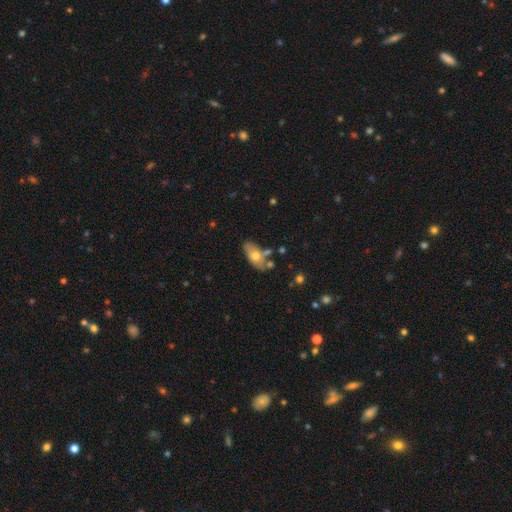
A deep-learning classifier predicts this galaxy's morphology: A smooth galaxy with no disk features (63%) that is in between round and cigar-shaped (87%).

Vote fractions:
- Smooth or featured? smooth: 63% / featured or disk: 30% / star or artifact: 7%
- How rounded? in between: 87% / cigar-shaped: 9% / round: 4%
- Merging? none: 58% / minor disturbance: 21% / merger: 15% / major disturbance: 6%